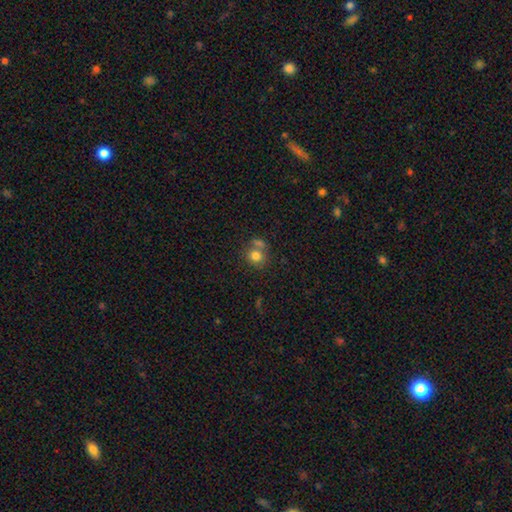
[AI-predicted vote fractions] Smooth or featured: smooth — 79% (star or artifact — 11%)
How rounded: round — 77% (in between — 22%)
Merging: none — 50% (merger — 36%)